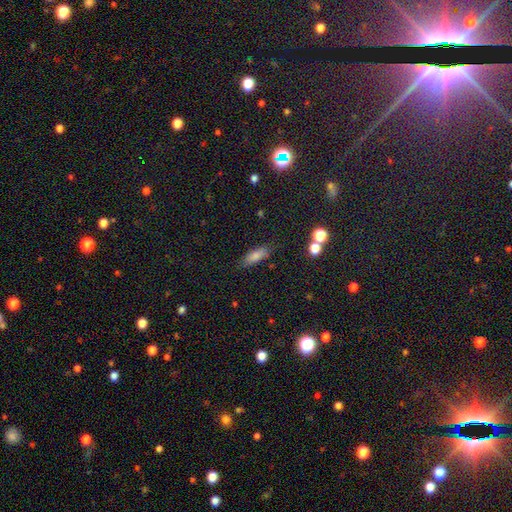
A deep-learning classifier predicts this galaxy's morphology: Overall: smooth (80%). How rounded: in between (57%; cigar-shaped 40%). Merging: none (78%).